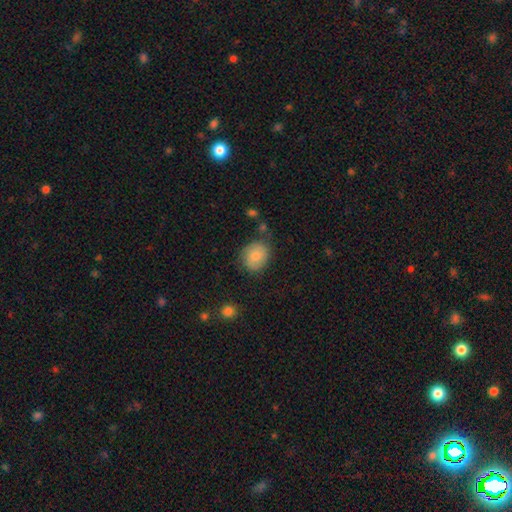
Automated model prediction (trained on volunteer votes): Smooth or featured? smooth (77%)
How rounded? round (64%)
Merging? none (71%)